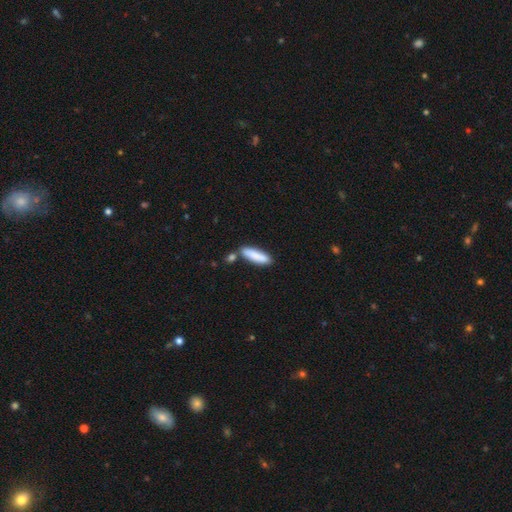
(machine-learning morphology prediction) Smooth or featured? smooth (84%)
How rounded? cigar-shaped (63%)
Merging? none (70%)